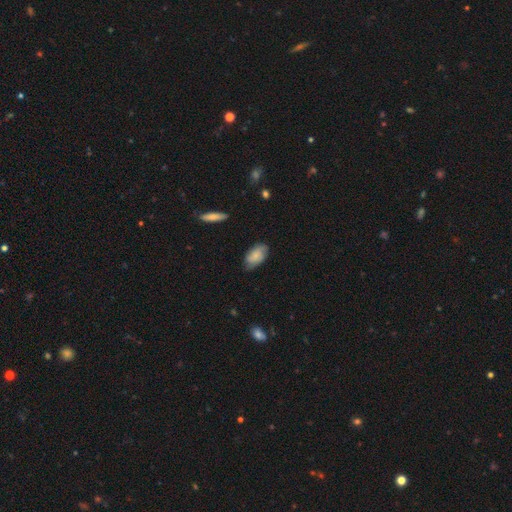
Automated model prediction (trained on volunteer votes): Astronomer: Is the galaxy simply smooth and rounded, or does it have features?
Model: smooth — 70%.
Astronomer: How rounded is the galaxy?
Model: in between — 92%.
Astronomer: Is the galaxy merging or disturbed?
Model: none — 71%.